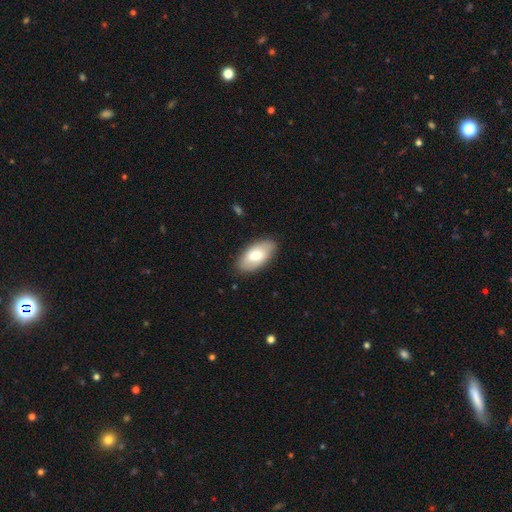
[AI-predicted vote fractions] Smooth or featured? smooth (71%)
How rounded? in between (94%)
Merging? none (86%)